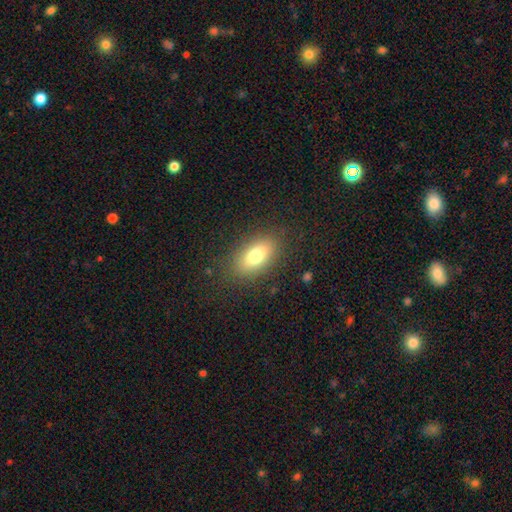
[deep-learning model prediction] Morphology: type=smooth (75%); roundness=in between (86%); merging=none (84%).